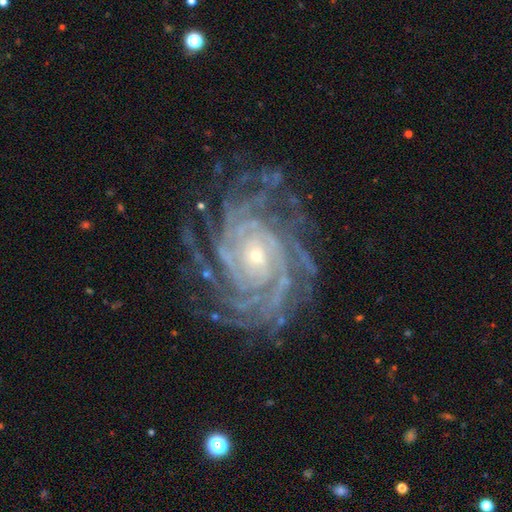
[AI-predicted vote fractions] featured or disk 92%, star or artifact 5%, smooth 3%. Down the decision tree: edge-on disk — no (97%); bar — no (66%); spiral arms — yes (99%); spiral arm count — more than 4 (33%); spiral winding — tight (82%); bulge size — small (75%); merging — none (77%).